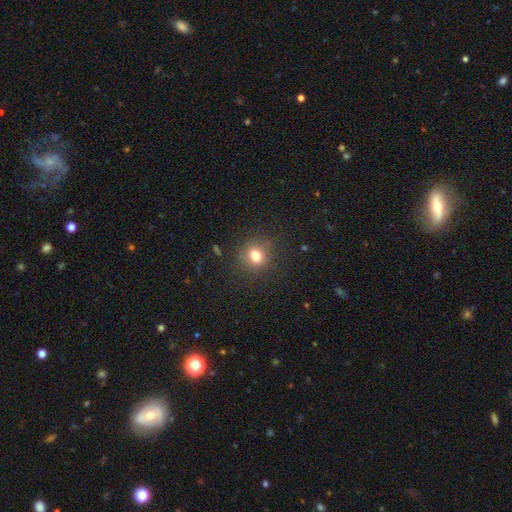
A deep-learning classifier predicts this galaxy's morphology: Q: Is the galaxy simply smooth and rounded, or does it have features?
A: smooth — 77%.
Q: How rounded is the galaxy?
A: round — 83%.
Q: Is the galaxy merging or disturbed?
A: none — 86%.